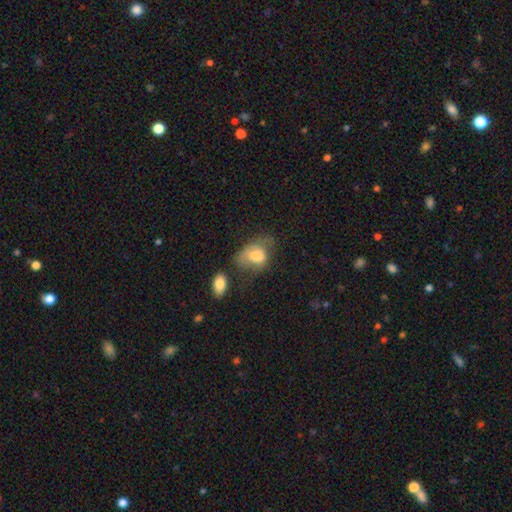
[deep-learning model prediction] Q: Smooth or featured?
A: smooth (67%); runner-up: featured or disk (24%)
Q: How rounded?
A: in between (74%); runner-up: round (25%)
Q: Merging?
A: major disturbance (34%); runner-up: minor disturbance (28%)